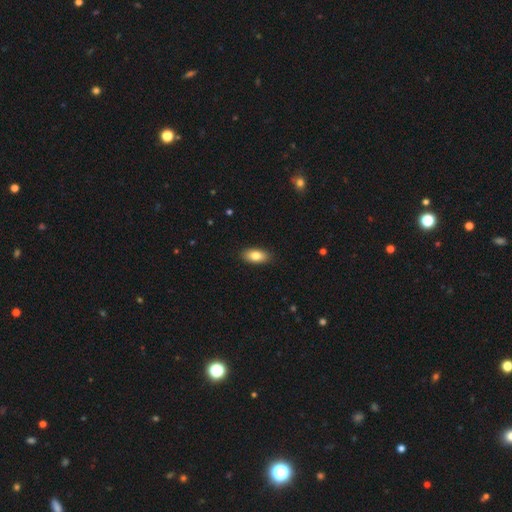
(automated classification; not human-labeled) Smooth or featured? Predicted: smooth (p=0.82). How rounded? Predicted: in between (p=0.90). Merging? Predicted: none (p=0.89).